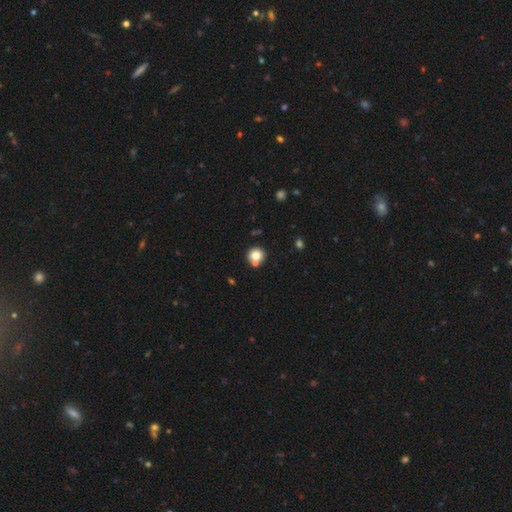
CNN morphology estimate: smooth 79%, star or artifact 11%, featured or disk 10%. Down the decision tree: how rounded — round (90%); merging — none (67%).